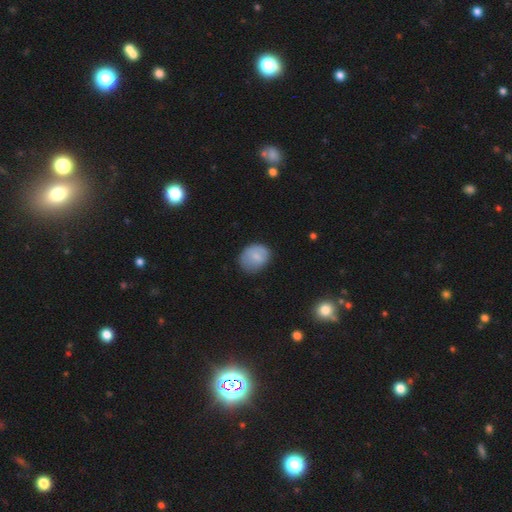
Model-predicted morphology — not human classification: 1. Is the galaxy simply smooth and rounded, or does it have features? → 77% smooth, 16% featured or disk, 7% star or artifact.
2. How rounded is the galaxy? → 61% round, 38% in between, 1% cigar-shaped.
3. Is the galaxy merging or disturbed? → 68% none, 24% minor disturbance, 7% major disturbance, 1% merger.